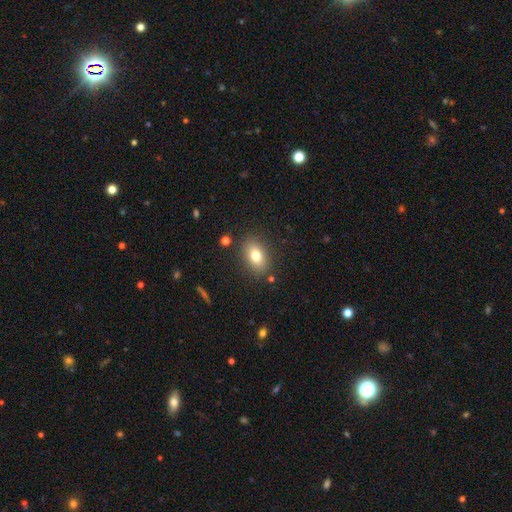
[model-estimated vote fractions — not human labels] Q: Smooth or featured?
A: smooth (77%); runner-up: featured or disk (13%)
Q: How rounded?
A: in between (82%); runner-up: round (16%)
Q: Merging?
A: none (84%); runner-up: minor disturbance (10%)